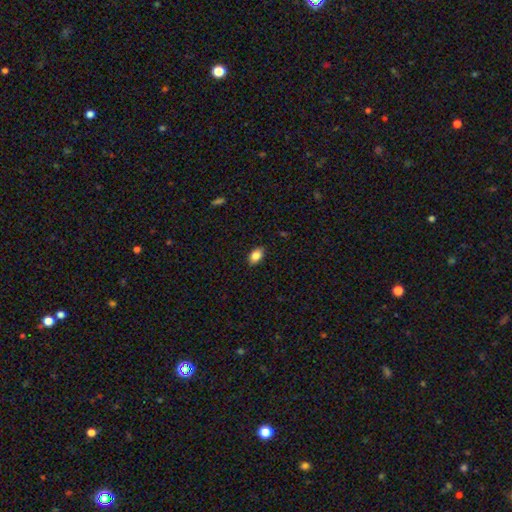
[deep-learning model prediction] Smooth or featured? smooth (86%)
How rounded? in between (87%)
Merging? none (86%)